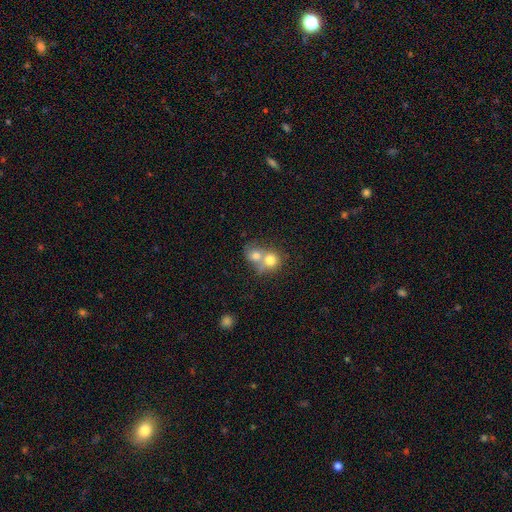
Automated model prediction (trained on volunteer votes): A smooth galaxy with no disk features (73%) that is round (70%).

Vote fractions:
- Smooth or featured? smooth: 73% / featured or disk: 18% / star or artifact: 9%
- How rounded? round: 70% / in between: 29% / cigar-shaped: 1%
- Merging? merger: 72% / none: 19% / minor disturbance: 5% / major disturbance: 3%